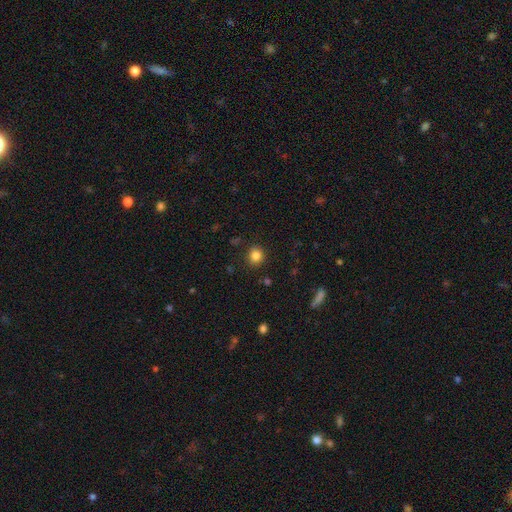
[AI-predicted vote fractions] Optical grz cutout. It shows a smooth galaxy with no disk features (84%) that is round (81%). Merging: none (89%).